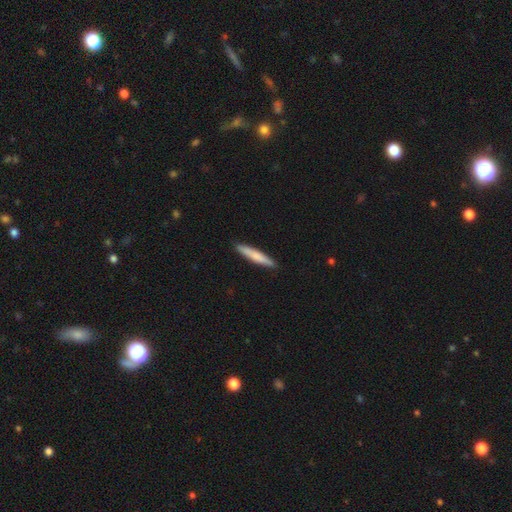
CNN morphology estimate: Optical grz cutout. It shows a smooth galaxy with no disk features (76%) that is cigar-shaped (92%). Merging: none (90%).